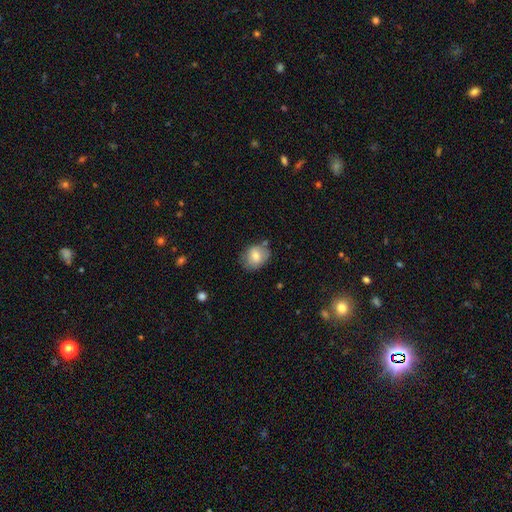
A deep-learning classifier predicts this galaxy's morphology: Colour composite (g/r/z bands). It shows a smooth galaxy with no disk features (73%) that is round (53%). Merging: none (69%).